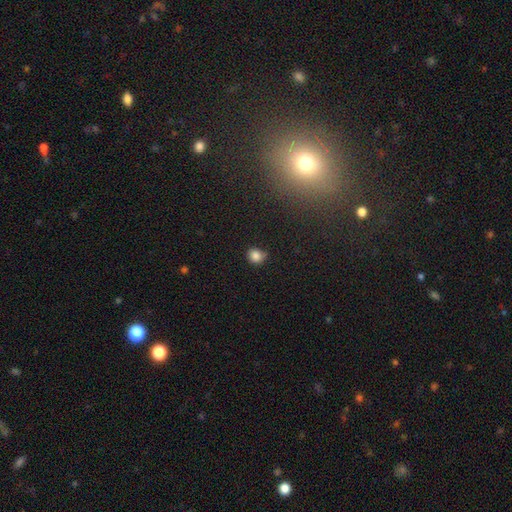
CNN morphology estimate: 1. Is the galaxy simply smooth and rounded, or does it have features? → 84% smooth, 11% star or artifact, 5% featured or disk.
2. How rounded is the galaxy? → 82% round, 17% in between, 1% cigar-shaped.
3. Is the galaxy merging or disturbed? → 71% none, 22% minor disturbance, 4% major disturbance, 3% merger.